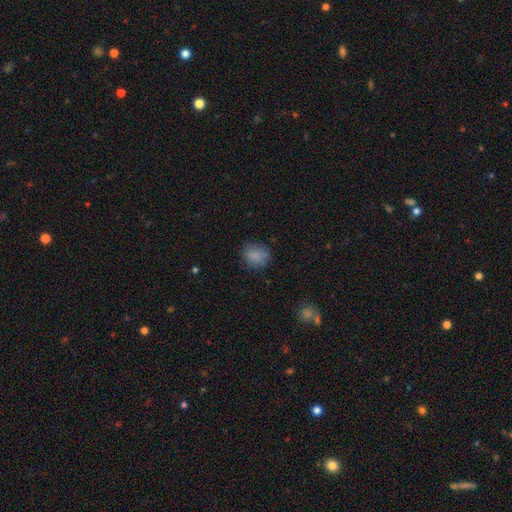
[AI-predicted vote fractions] A smooth galaxy with no disk features (82%) that is round (71%). Merging: none (76%).